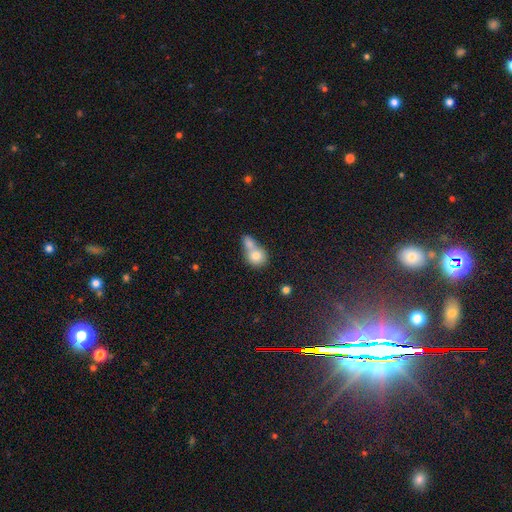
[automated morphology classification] Overall: smooth (77%). How rounded: round (70%). Merging: merger (70%).